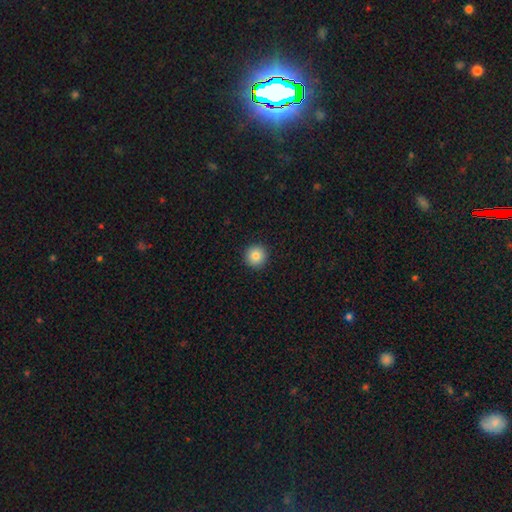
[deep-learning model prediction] smooth-or-featured: smooth: 84% | star or artifact: 10% | featured or disk: 6%
  how-rounded: round: 95% | in between: 4% | cigar-shaped: 1%
  merging: none: 93% | minor disturbance: 5% | major disturbance: 2% | merger: 1%